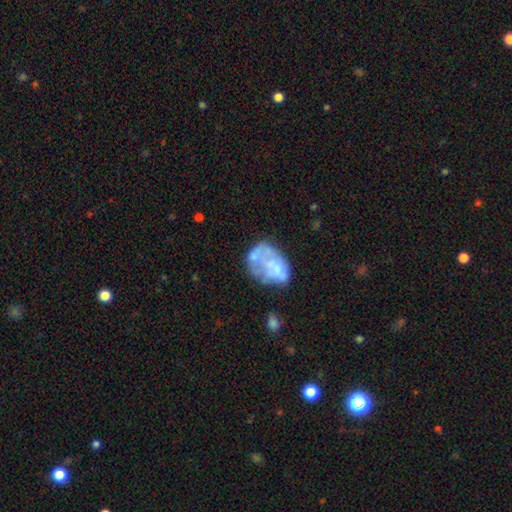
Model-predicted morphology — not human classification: Q: Smooth or featured?
A: featured or disk (51%); runner-up: smooth (40%)
Q: Edge-on disk?
A: no (98%); runner-up: yes (2%)
Q: Merging?
A: none (33%); runner-up: major disturbance (27%)